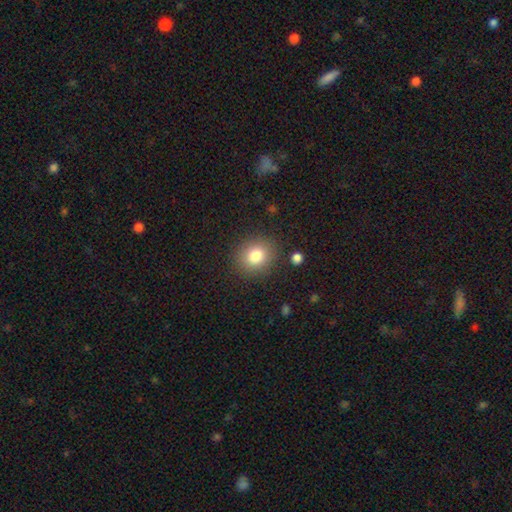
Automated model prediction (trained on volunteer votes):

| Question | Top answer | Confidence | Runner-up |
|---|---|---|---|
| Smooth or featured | smooth | 81% | star or artifact (11%) |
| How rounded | round | 73% | in between (26%) |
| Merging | none | 86% | minor disturbance (8%) |